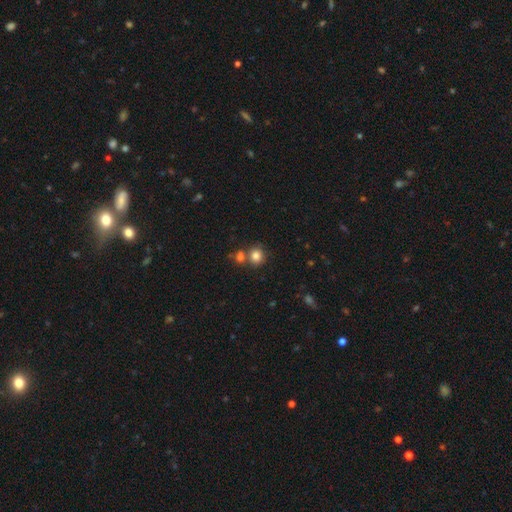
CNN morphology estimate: This appears to be a smooth galaxy with no disk features (81%) that is round (83%). Merging: none (59%).